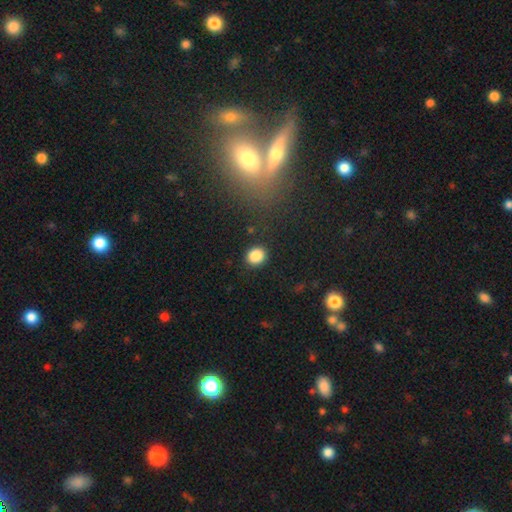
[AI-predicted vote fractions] smooth-or-featured: smooth: 86% | star or artifact: 10% | featured or disk: 4%
  how-rounded: round: 76% | in between: 23% | cigar-shaped: 1%
  merging: none: 89% | minor disturbance: 7% | major disturbance: 3% | merger: 2%